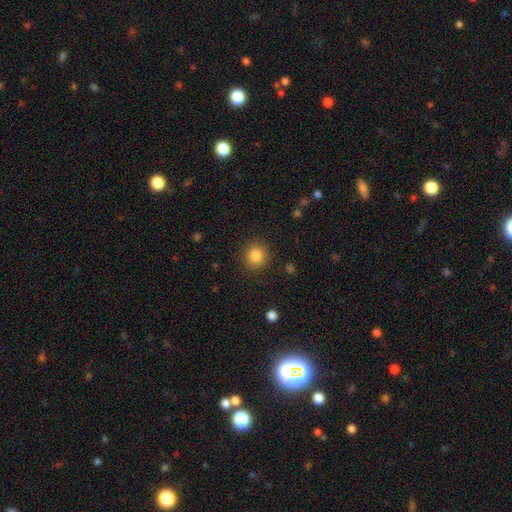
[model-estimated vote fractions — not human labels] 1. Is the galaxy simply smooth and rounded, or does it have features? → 85% smooth, 11% star or artifact, 5% featured or disk.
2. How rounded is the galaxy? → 92% round, 7% in between, 1% cigar-shaped.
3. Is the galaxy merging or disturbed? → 89% none, 7% minor disturbance, 3% major disturbance, 1% merger.